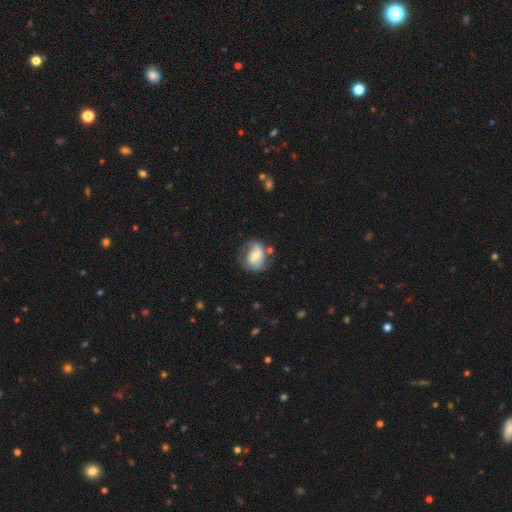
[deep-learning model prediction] smooth-or-featured: featured or disk: 49% | smooth: 43% | star or artifact: 8%
  merging: none: 49% | minor disturbance: 28% | major disturbance: 16% | merger: 6%